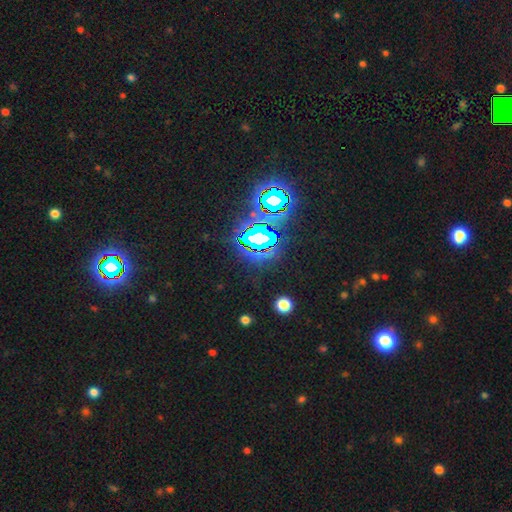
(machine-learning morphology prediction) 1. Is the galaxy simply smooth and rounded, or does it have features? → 83% star or artifact, 11% smooth, 7% featured or disk.